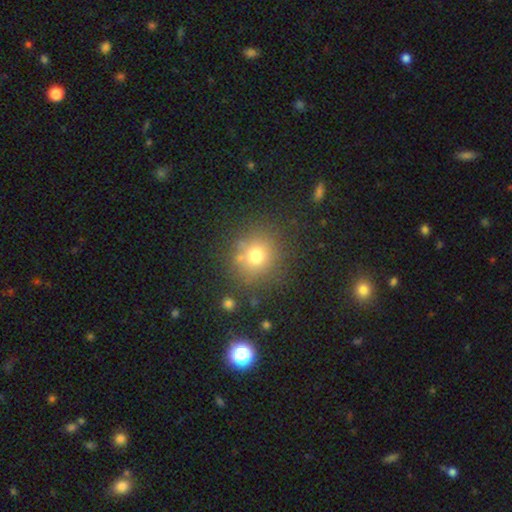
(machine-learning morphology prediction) A smooth galaxy with no disk features (73%) that is round (86%). Merging: none (80%).